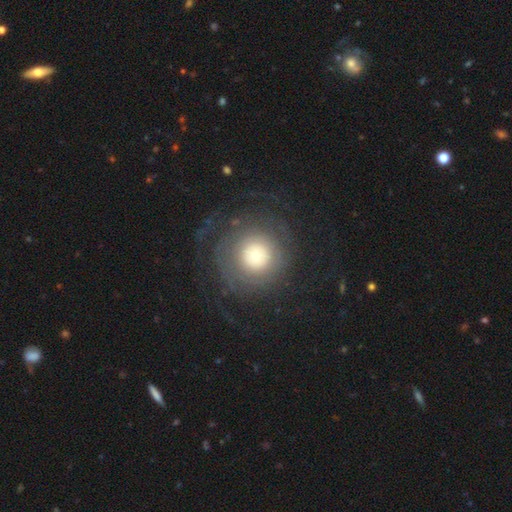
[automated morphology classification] Overall: featured or disk (52%; smooth 37%). Edge-on disk: no (96%). Merging: none (72%).